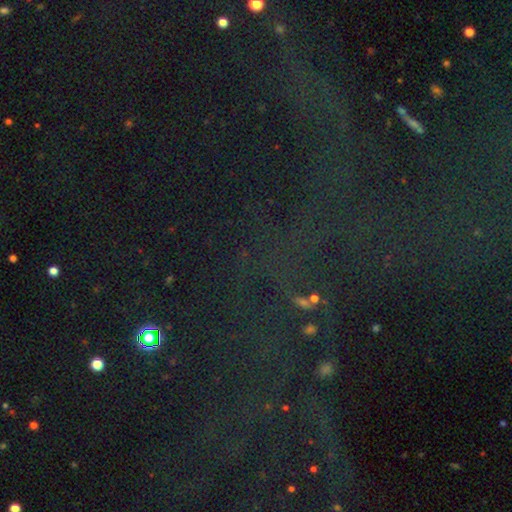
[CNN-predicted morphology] Q: Smooth or featured?
A: star or artifact (78%); runner-up: smooth (12%)